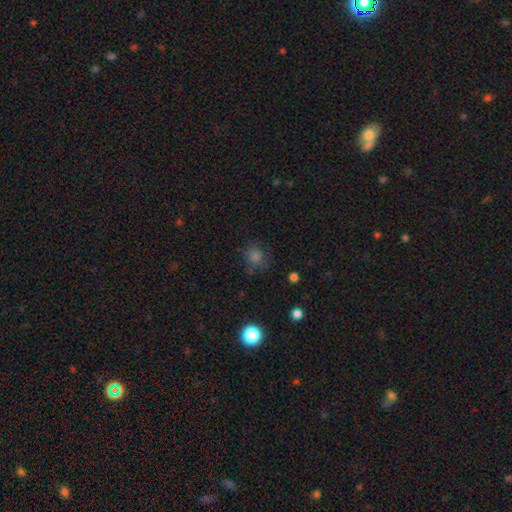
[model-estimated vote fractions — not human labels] A smooth galaxy with no disk features (71%) that is round (79%). Merging: none (77%).